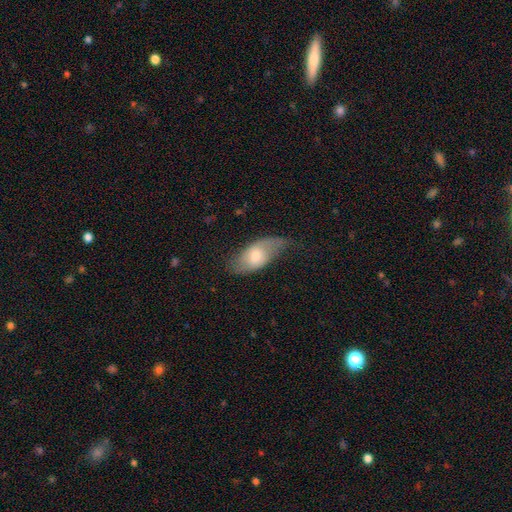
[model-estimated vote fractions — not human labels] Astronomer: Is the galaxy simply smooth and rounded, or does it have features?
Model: smooth — 58% (runner-up: featured or disk, 35%).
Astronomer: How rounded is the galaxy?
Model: in between — 89%.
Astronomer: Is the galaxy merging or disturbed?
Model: none — 50% (runner-up: minor disturbance, 34%).